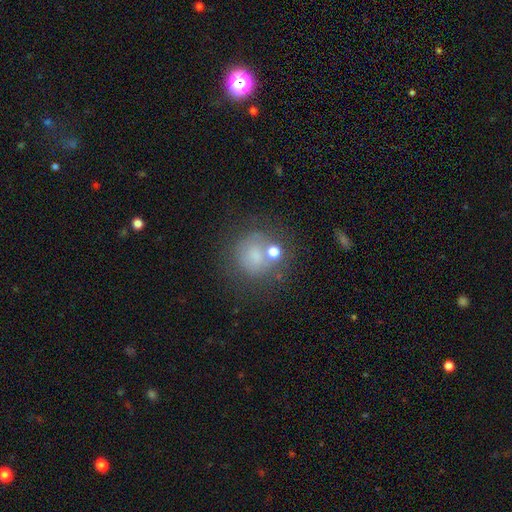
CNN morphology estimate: Smooth or featured? Predicted: smooth (p=0.61). How rounded? Predicted: round (p=0.87). Merging? Predicted: none (p=0.57).